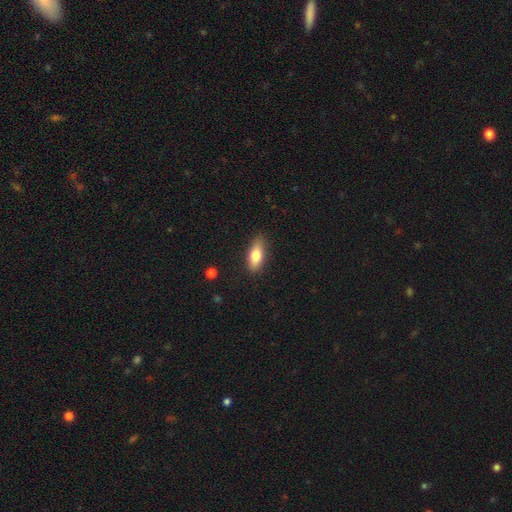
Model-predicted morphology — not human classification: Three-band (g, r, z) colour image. It shows a smooth galaxy with no disk features (76%) that is in between round and cigar-shaped (76%). Merging: none (83%).